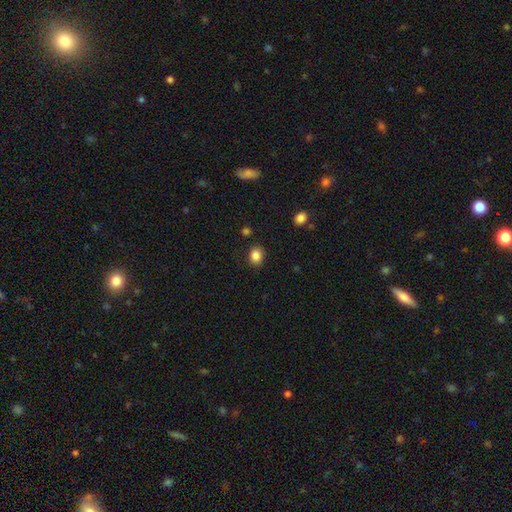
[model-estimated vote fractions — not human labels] Smooth or featured?
  - smooth: 85% *
  - star or artifact: 10%
  - featured or disk: 5%
How rounded?
  - round: 54% *
  - in between: 45%
  - cigar-shaped: 1%
Merging?
  - none: 86% *
  - minor disturbance: 9%
  - major disturbance: 3%
  - merger: 2%